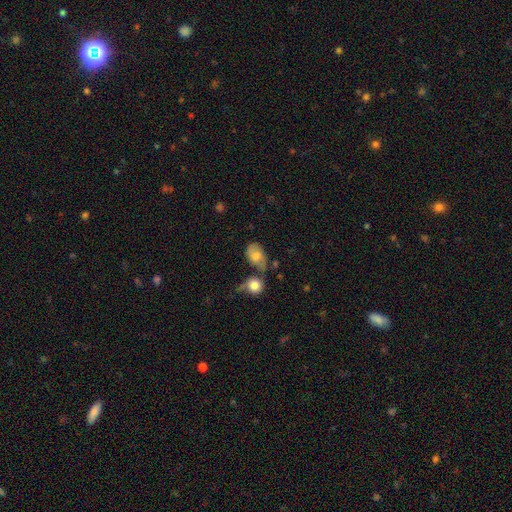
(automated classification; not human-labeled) smooth 56%, featured or disk 35%, star or artifact 9%. Down the decision tree: how rounded — in between (80%); merging — none (37%).